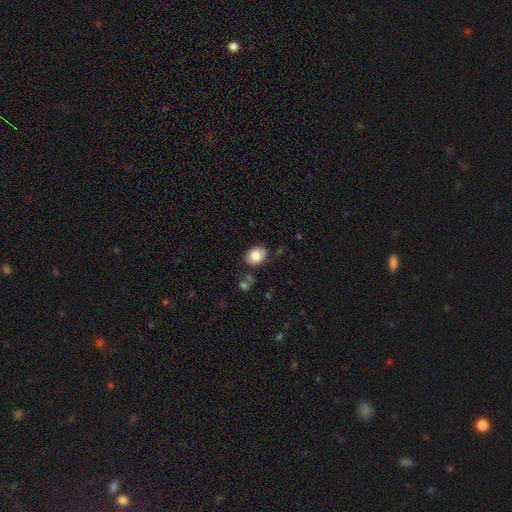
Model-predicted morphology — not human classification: This appears to be a smooth galaxy with no disk features (81%) that is in between round and cigar-shaped (65%). Merging: none (75%).